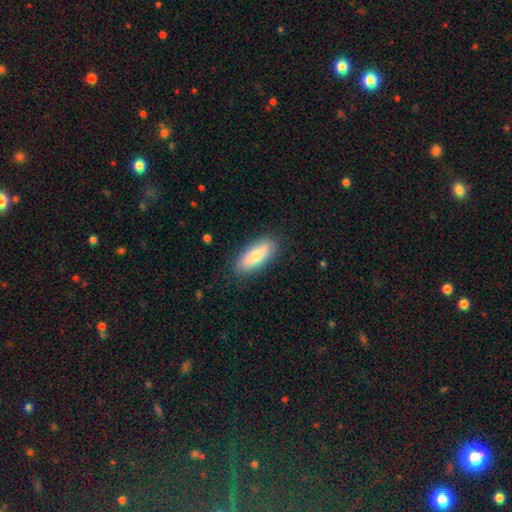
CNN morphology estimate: Overall: smooth (76%). How rounded: in between (78%). Merging: none (85%).